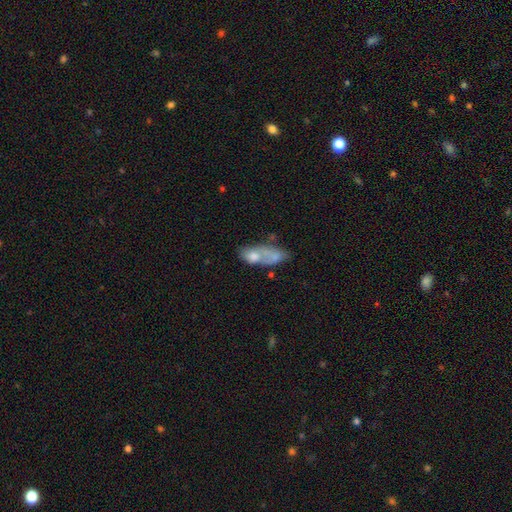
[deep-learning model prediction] Smooth or featured? Predicted: smooth (p=0.63). How rounded? Predicted: in between (p=0.78). Merging? Predicted: merger (p=0.38).